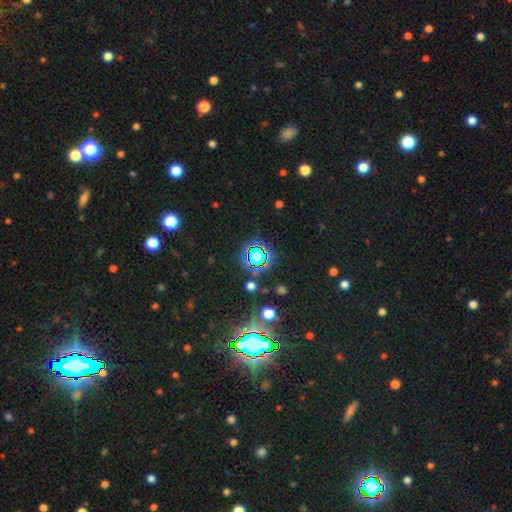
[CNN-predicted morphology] star or artifact 62%, smooth 28%, featured or disk 10%.